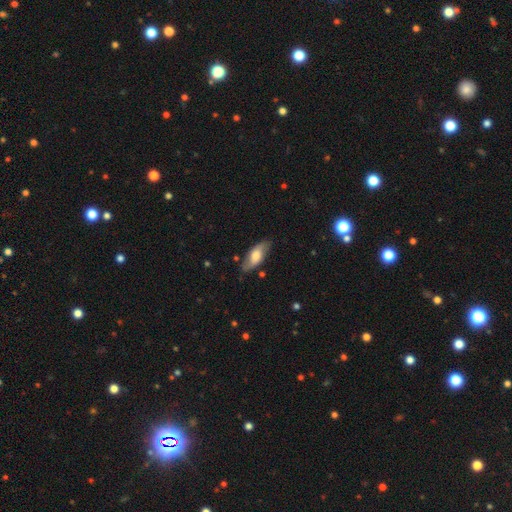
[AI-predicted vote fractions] This appears to be a smooth galaxy with no disk features (55%) that is in between round and cigar-shaped (79%). Merging: none (79%).